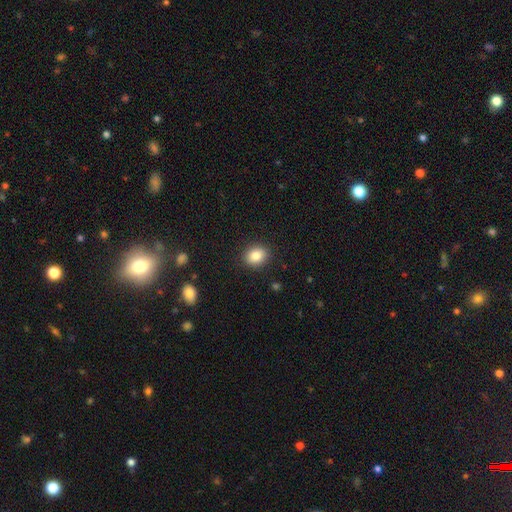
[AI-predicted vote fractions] Overall: smooth (85%). How rounded: round (54%; in between 45%). Merging: none (89%).